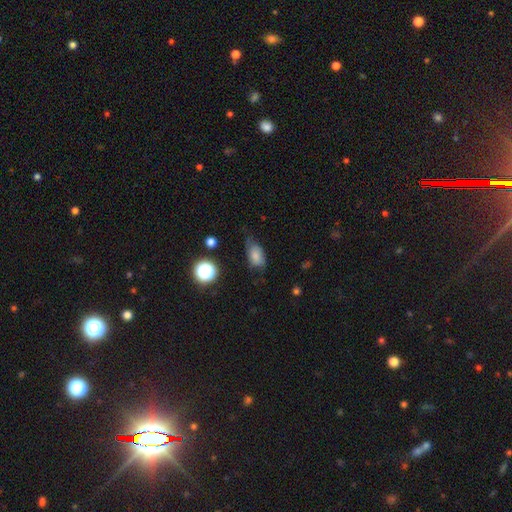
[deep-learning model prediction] A smooth galaxy with no disk features (77%) that is in between round and cigar-shaped (86%). Merging: none (47%).